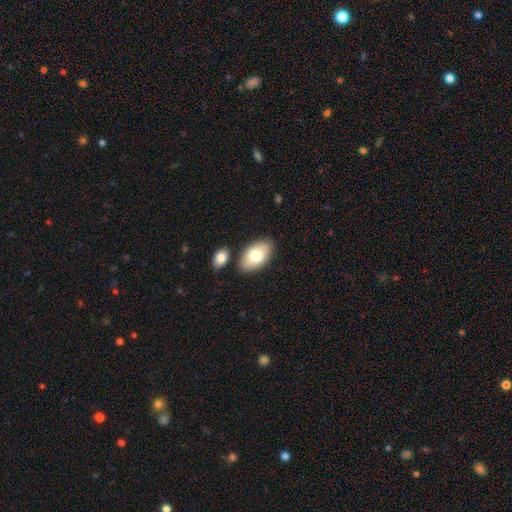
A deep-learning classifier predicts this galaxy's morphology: A smooth galaxy with no disk features (76%) that is in between round and cigar-shaped (94%).

Vote fractions:
- Smooth or featured? smooth: 76% / featured or disk: 18% / star or artifact: 6%
- How rounded? in between: 94% / round: 5% / cigar-shaped: 1%
- Merging? none: 79% / minor disturbance: 10% / merger: 8% / major disturbance: 2%